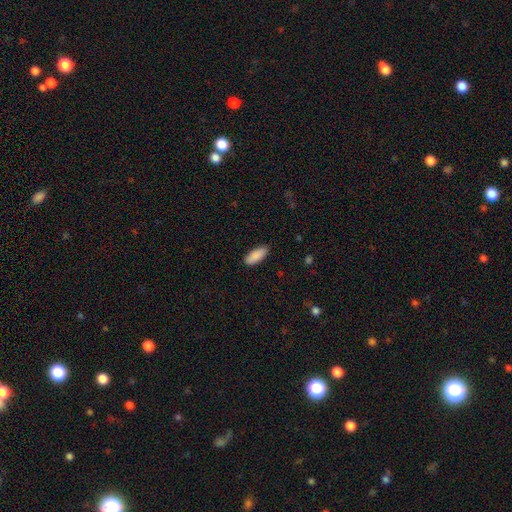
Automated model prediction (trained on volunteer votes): Overall: smooth (90%). How rounded: in between (83%). Merging: none (87%).